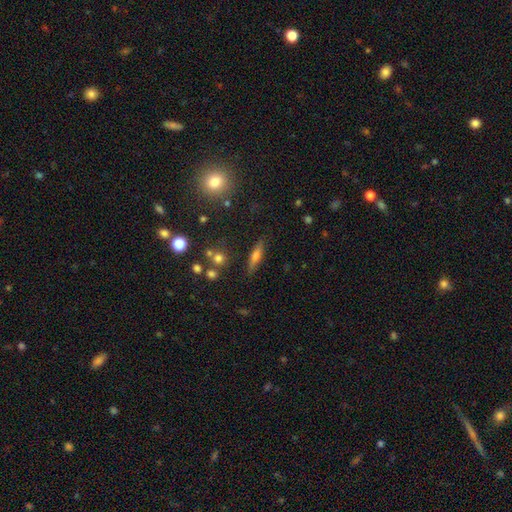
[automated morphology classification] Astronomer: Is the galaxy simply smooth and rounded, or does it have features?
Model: smooth — 54% (runner-up: featured or disk, 37%).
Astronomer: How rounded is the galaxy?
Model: cigar-shaped — 70%.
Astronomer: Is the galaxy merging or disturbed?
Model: none — 84%.